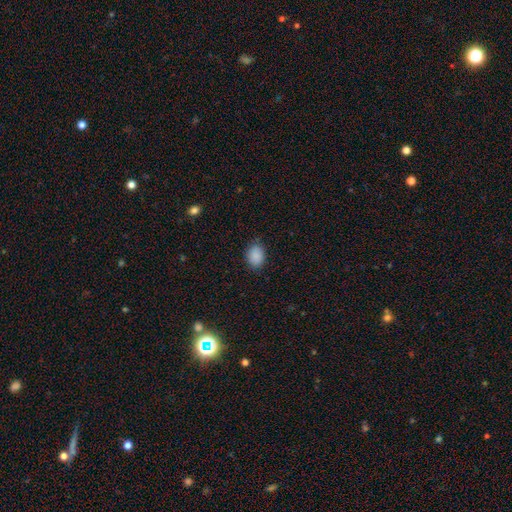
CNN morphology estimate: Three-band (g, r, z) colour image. It shows a smooth galaxy with no disk features (89%) that is in between round and cigar-shaped (75%). Merging: none (82%).